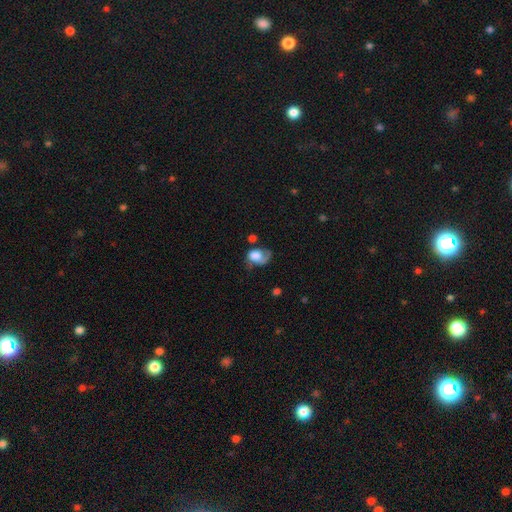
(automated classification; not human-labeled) Smooth or featured? smooth (58%)
How rounded? in between (65%)
Merging? major disturbance (41%)